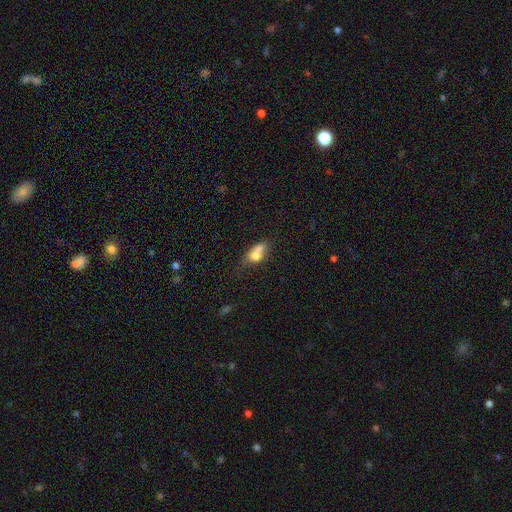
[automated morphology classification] A smooth galaxy with no disk features (67%) that is in between round and cigar-shaped (65%). Merging: merger (45%).